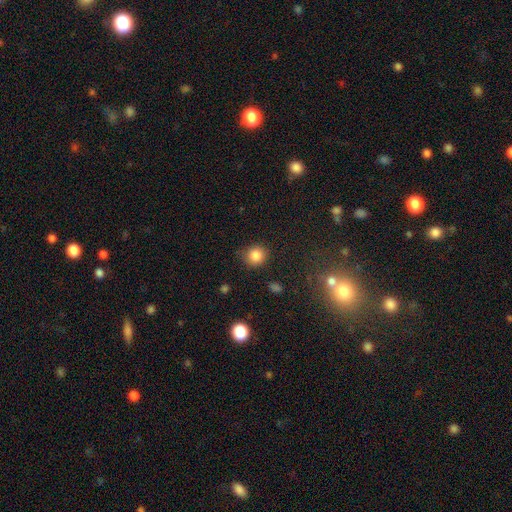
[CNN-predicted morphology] Q: Smooth or featured?
A: smooth (84%); runner-up: star or artifact (11%)
Q: How rounded?
A: round (87%); runner-up: in between (12%)
Q: Merging?
A: none (82%); runner-up: minor disturbance (13%)